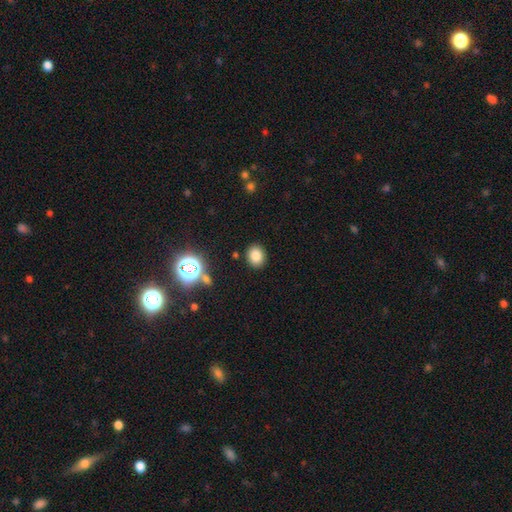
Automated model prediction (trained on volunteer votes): smooth 81%, star or artifact 13%, featured or disk 6%. Down the decision tree: how rounded — round (63%); merging — none (88%).